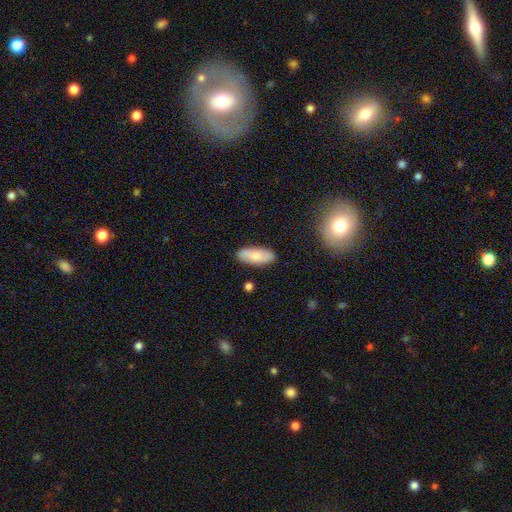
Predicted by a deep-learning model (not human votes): Morphology: type=smooth (76%); roundness=in between (81%); merging=none (84%).